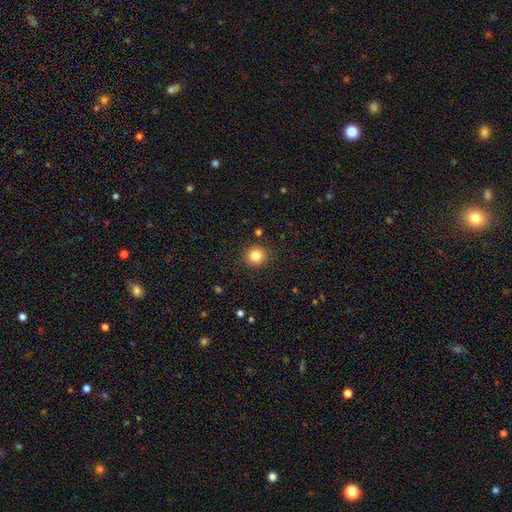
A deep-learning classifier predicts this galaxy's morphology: smooth-or-featured: smooth: 84% | star or artifact: 11% | featured or disk: 6%
  how-rounded: round: 91% | in between: 8% | cigar-shaped: 1%
  merging: none: 90% | minor disturbance: 7% | major disturbance: 2% | merger: 1%